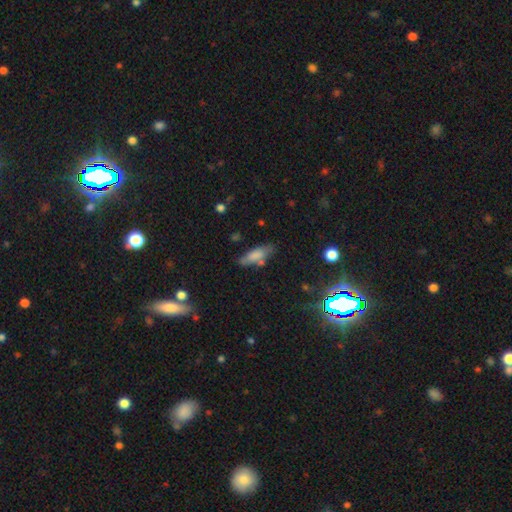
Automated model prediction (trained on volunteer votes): Q: Smooth or featured?
A: smooth (75%); runner-up: featured or disk (17%)
Q: How rounded?
A: in between (56%); runner-up: cigar-shaped (41%)
Q: Merging?
A: none (65%); runner-up: minor disturbance (21%)